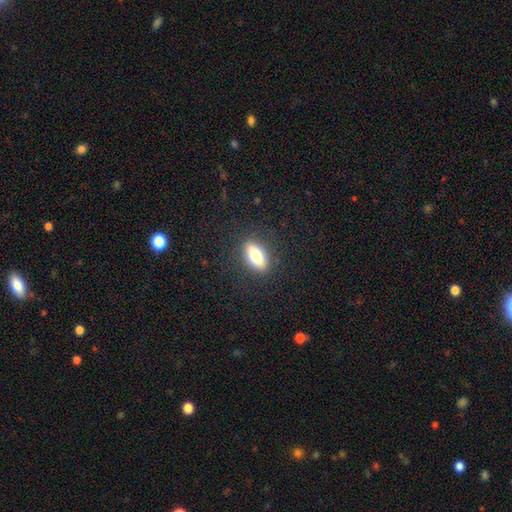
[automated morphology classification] smooth 74%, featured or disk 18%, star or artifact 8%. Down the decision tree: how rounded — in between (79%); merging — none (86%).